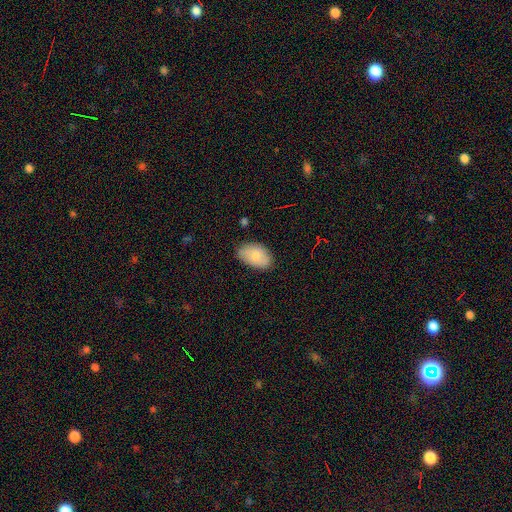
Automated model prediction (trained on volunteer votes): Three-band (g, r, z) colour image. It shows a smooth galaxy with no disk features (82%) that is in between round and cigar-shaped (93%). Merging: none (78%).